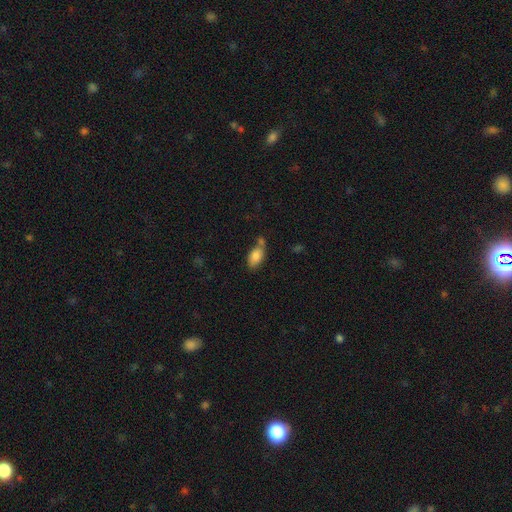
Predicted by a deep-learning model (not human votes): Smooth or featured?
  - smooth: 83% *
  - featured or disk: 10%
  - star or artifact: 8%
How rounded?
  - in between: 91% *
  - round: 6%
  - cigar-shaped: 3%
Merging?
  - none: 53% *
  - merger: 24%
  - minor disturbance: 17%
  - major disturbance: 5%